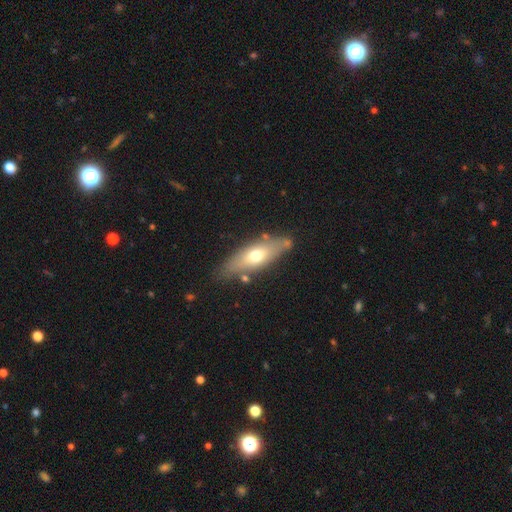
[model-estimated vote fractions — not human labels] Smooth or featured? smooth (55%)
How rounded? in between (53%)
Merging? none (76%)